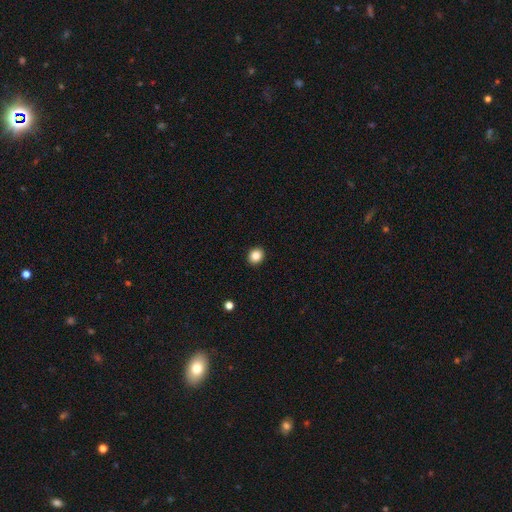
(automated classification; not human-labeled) Smooth or featured? Predicted: smooth (p=0.85). How rounded? Predicted: round (p=0.73). Merging? Predicted: none (p=0.93).